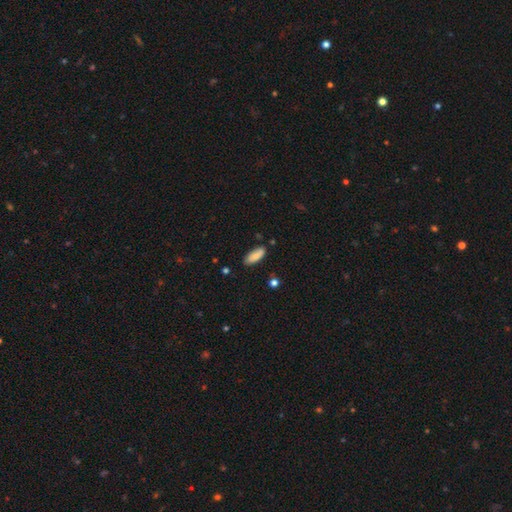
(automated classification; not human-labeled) A smooth galaxy with no disk features (82%) that is in between round and cigar-shaped (77%). Merging: none (78%).